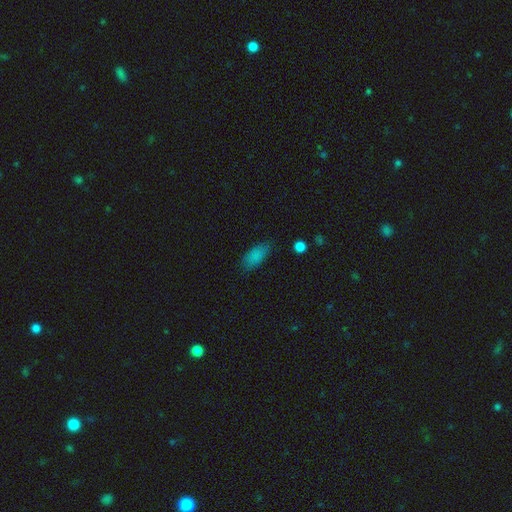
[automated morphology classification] The model was most divided on "merging": none: 76%, minor disturbance: 18%, major disturbance: 4%, merger: 2%. More confident: how rounded — in between (86%); smooth or featured — smooth (84%).